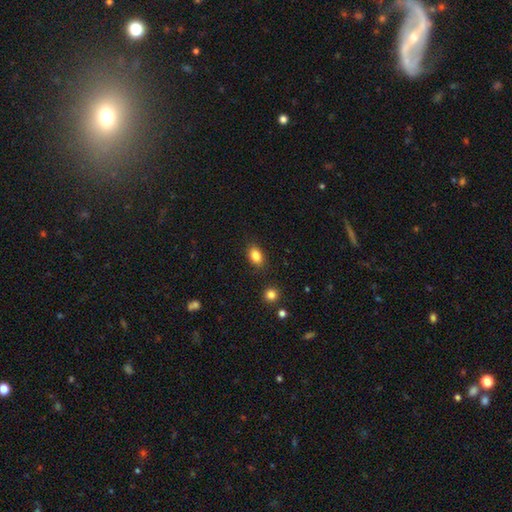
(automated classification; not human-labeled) The model was most divided on "how rounded": in between: 83%, round: 15%, cigar-shaped: 2%. More confident: merging — none (86%); smooth or featured — smooth (84%).